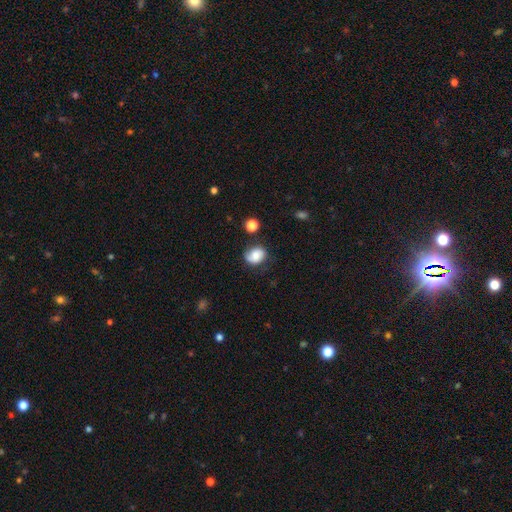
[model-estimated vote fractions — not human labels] This is likely a smooth galaxy (68%). How rounded: possibly round (52%). Merging: likely none (62%).